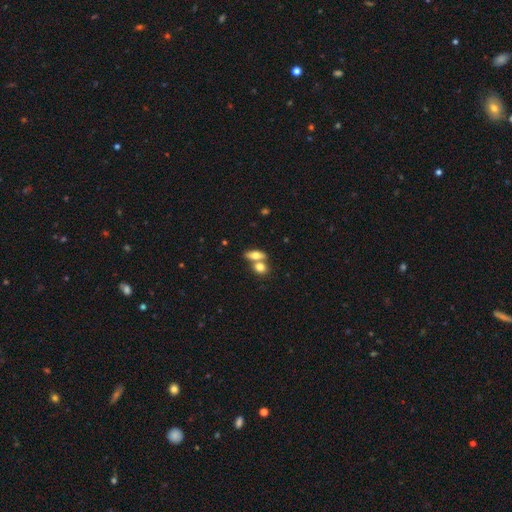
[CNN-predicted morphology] A smooth galaxy with no disk features (69%) that is in between round and cigar-shaped (72%). Merging: merger (49%).